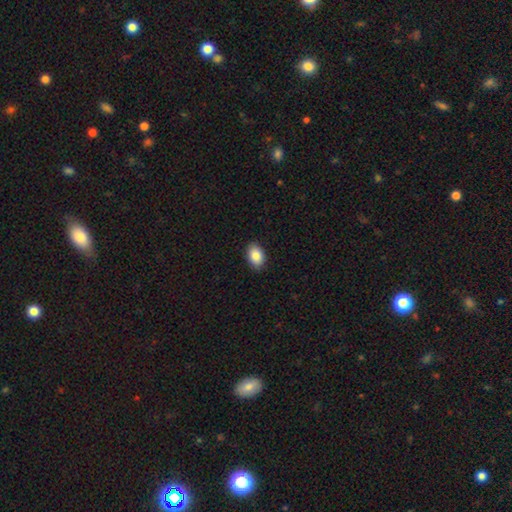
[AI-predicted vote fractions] Morphology: type=smooth (87%); roundness=in between (86%); merging=none (89%).